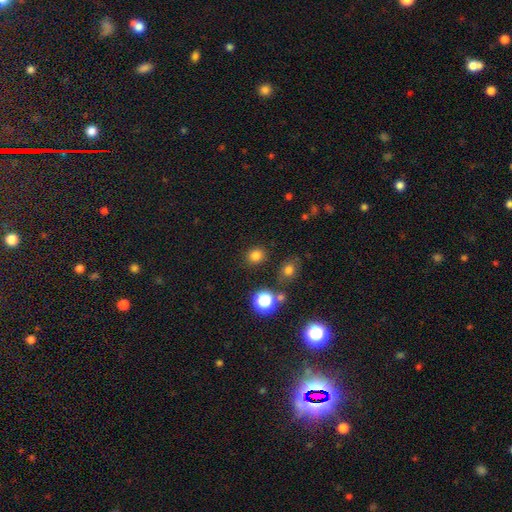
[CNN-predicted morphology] type=smooth (77%); roundness=round (79%); merging=none (86%).